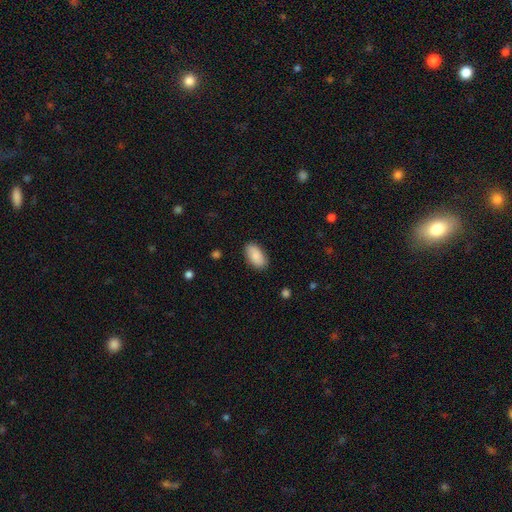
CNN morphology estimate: Q: Smooth or featured?
A: smooth (88%); runner-up: star or artifact (6%)
Q: How rounded?
A: in between (94%); runner-up: cigar-shaped (3%)
Q: Merging?
A: none (86%); runner-up: minor disturbance (10%)